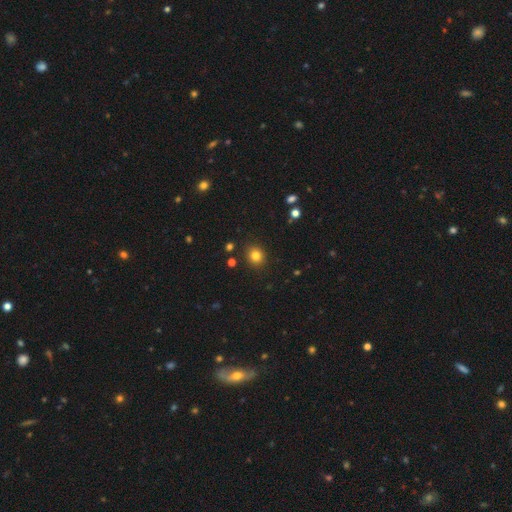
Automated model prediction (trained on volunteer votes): smooth-or-featured: smooth: 81% | star or artifact: 13% | featured or disk: 6%
  how-rounded: round: 82% | in between: 17% | cigar-shaped: 1%
  merging: none: 90% | minor disturbance: 6% | major disturbance: 2% | merger: 2%